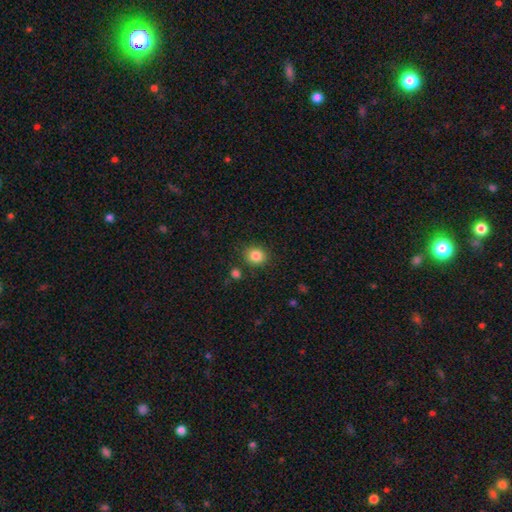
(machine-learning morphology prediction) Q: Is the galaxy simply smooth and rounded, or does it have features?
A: smooth — 85%.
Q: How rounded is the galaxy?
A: round — 75%.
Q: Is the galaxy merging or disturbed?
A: none — 84%.